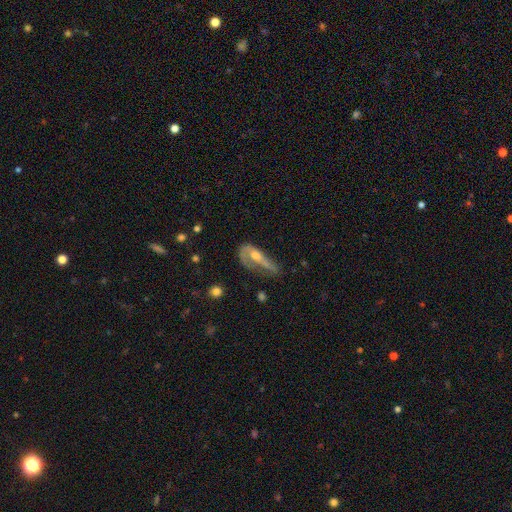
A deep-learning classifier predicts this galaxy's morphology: Smooth or featured? Predicted: featured or disk (p=0.57). Edge-on disk? Predicted: no (p=0.75). Merging? Predicted: major disturbance (p=0.44).